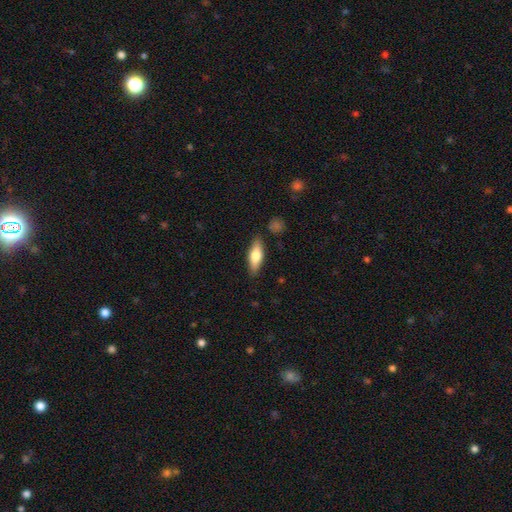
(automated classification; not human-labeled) Smooth or featured? Predicted: smooth (p=0.68). How rounded? Predicted: in between (p=0.61). Merging? Predicted: none (p=0.84).